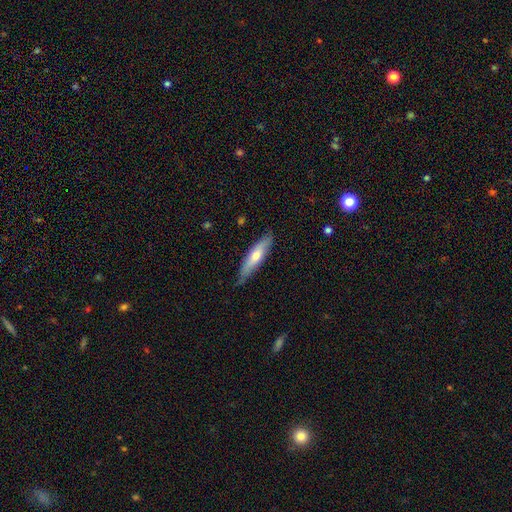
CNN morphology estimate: Q: Smooth or featured?
A: smooth (57%); runner-up: featured or disk (38%)
Q: How rounded?
A: cigar-shaped (72%); runner-up: in between (27%)
Q: Merging?
A: none (77%); runner-up: minor disturbance (19%)